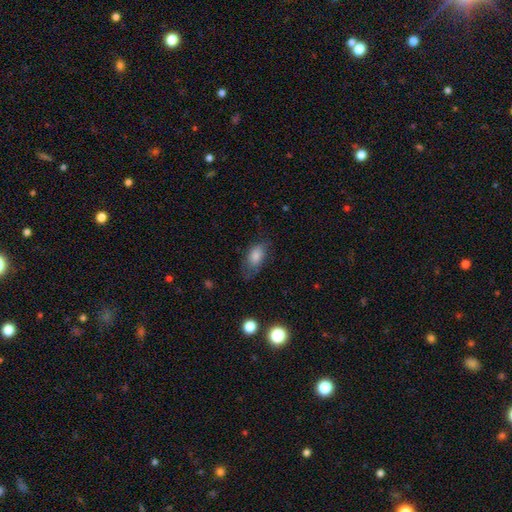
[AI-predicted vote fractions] smooth 74%, featured or disk 16%, star or artifact 10%. Down the decision tree: how rounded — in between (87%); merging — none (62%).